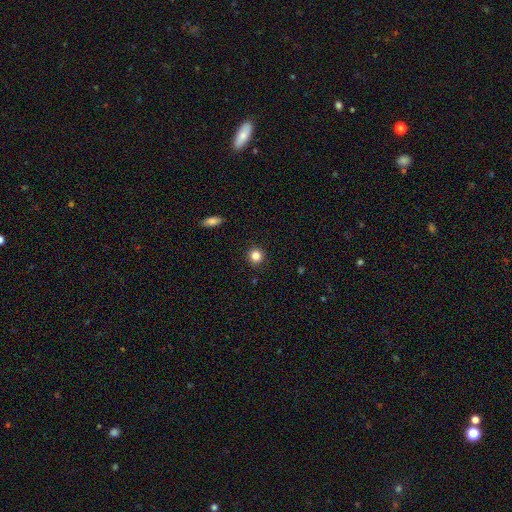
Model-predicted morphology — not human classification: A smooth galaxy with no disk features (84%) that is round (93%). Merging: none (92%).